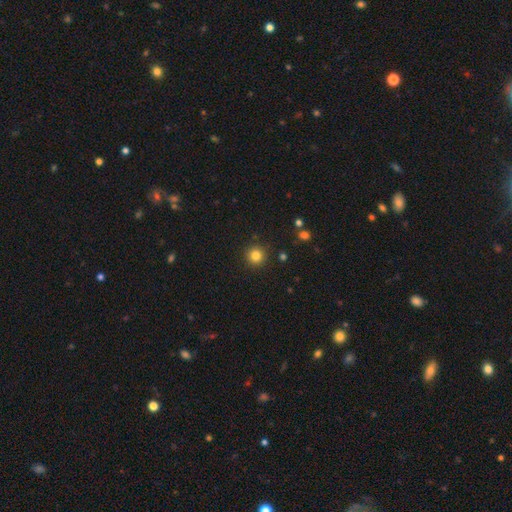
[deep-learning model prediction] Q: Smooth or featured?
A: smooth (82%); runner-up: star or artifact (12%)
Q: How rounded?
A: round (95%); runner-up: in between (4%)
Q: Merging?
A: none (91%); runner-up: minor disturbance (5%)